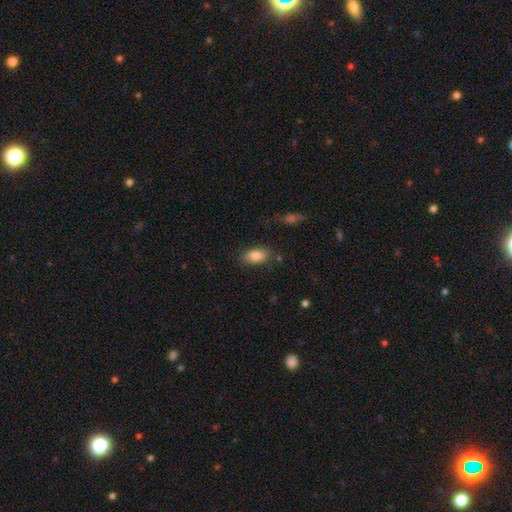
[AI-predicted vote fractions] smooth_or_featured: smooth (p=0.84) [alt: featured or disk p=0.08]
how_rounded: in between (p=0.90) [alt: round p=0.06]
merging: none (p=0.81) [alt: minor disturbance p=0.13]